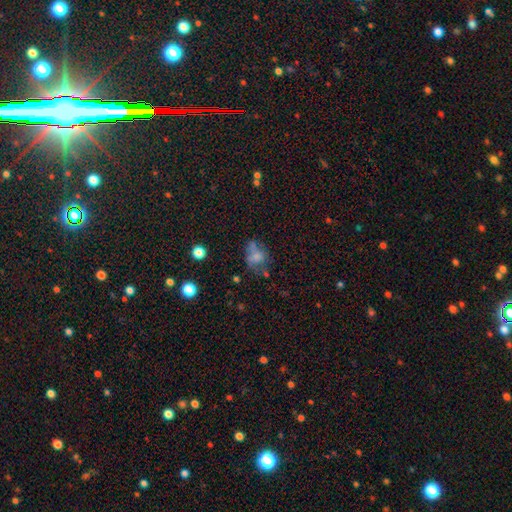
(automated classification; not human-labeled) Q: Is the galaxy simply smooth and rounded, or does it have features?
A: smooth — 58%.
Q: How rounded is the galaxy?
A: in between — 52%.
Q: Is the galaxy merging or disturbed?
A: none — 36%.